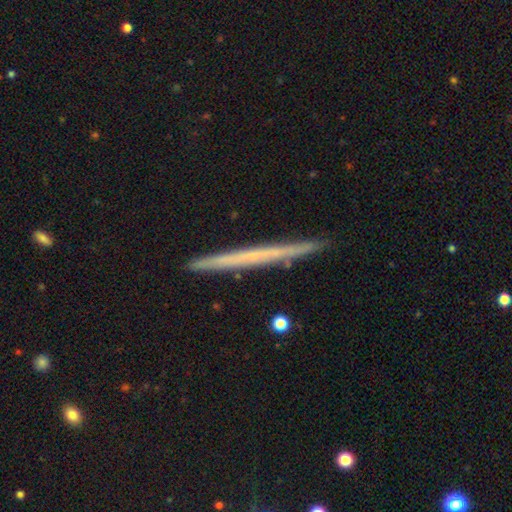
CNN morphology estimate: featured or disk 56%, smooth 38%, star or artifact 6%. Down the decision tree: edge-on disk — yes (97%); edge-on bulge — none (89%); merging — none (90%).